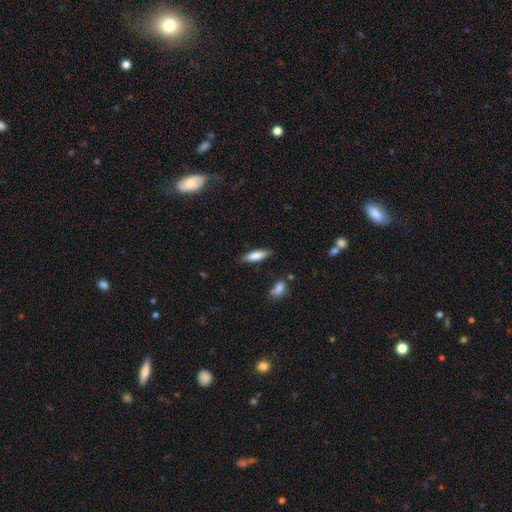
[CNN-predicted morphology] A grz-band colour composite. It shows a smooth galaxy with no disk features (79%) that is cigar-shaped (53%). Merging: none (81%).